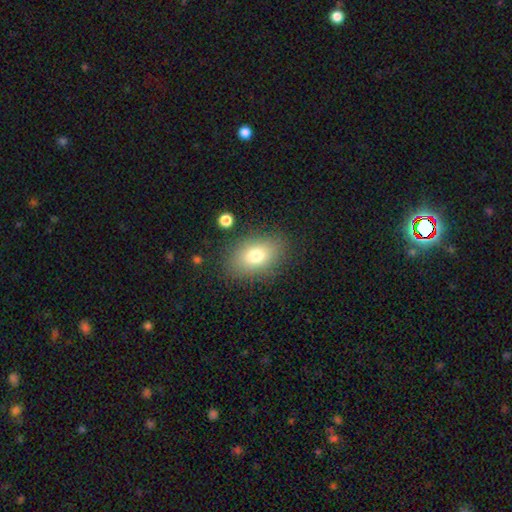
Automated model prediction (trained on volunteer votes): smooth 77%, featured or disk 13%, star or artifact 10%. Down the decision tree: how rounded — in between (84%); merging — none (83%).